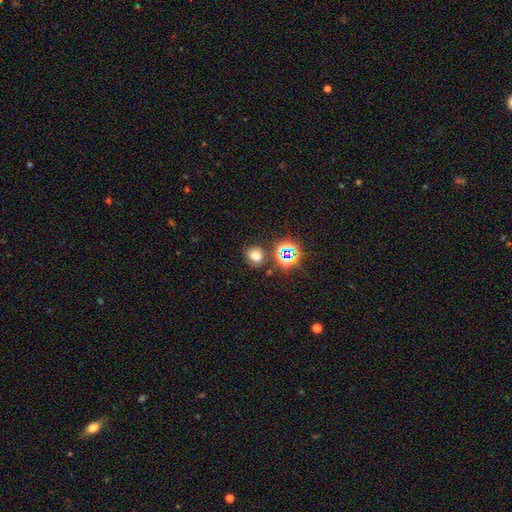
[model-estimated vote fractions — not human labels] smooth-or-featured: smooth: 67% | star or artifact: 27% | featured or disk: 7%
  how-rounded: round: 71% | in between: 28% | cigar-shaped: 1%
  merging: none: 78% | minor disturbance: 11% | merger: 7% | major disturbance: 4%